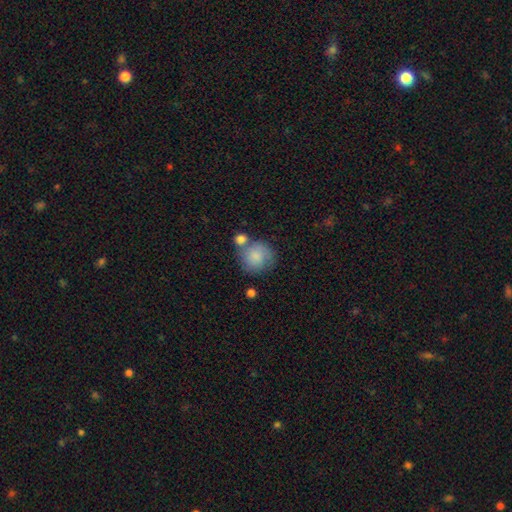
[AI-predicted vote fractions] Q: Smooth or featured?
A: smooth (80%); runner-up: featured or disk (13%)
Q: How rounded?
A: round (86%); runner-up: in between (13%)
Q: Merging?
A: none (49%); runner-up: merger (26%)